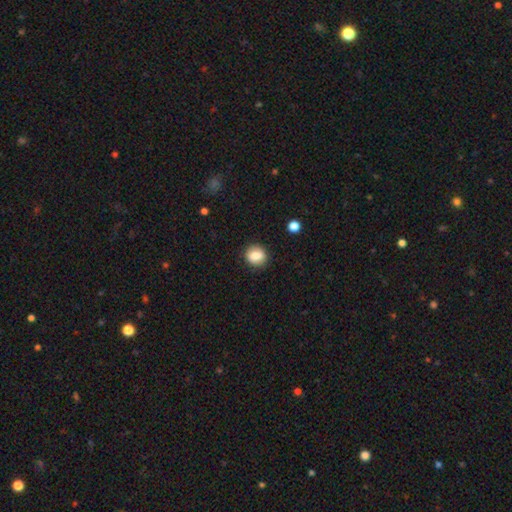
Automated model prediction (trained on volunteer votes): This is likely a smooth galaxy (79%). How rounded: likely round (67%). Merging: clearly none (85%).